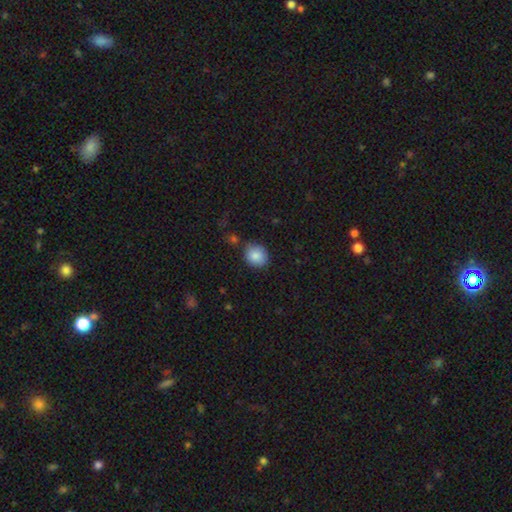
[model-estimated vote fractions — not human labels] A smooth galaxy with no disk features (86%) that is round (78%).

Vote fractions:
- Smooth or featured? smooth: 86% / star or artifact: 8% / featured or disk: 6%
- How rounded? round: 78% / in between: 21% / cigar-shaped: 1%
- Merging? none: 79% / minor disturbance: 14% / merger: 4% / major disturbance: 3%